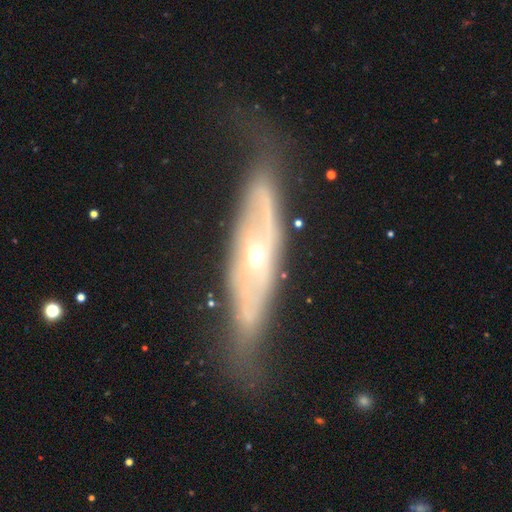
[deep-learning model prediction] A featured or disk galaxy (77%).

Vote fractions:
- Smooth or featured? featured or disk: 77% / smooth: 17% / star or artifact: 7%
- Edge-on disk? no: 63% / yes: 37%
- Merging? none: 59% / minor disturbance: 23% / major disturbance: 15% / merger: 3%